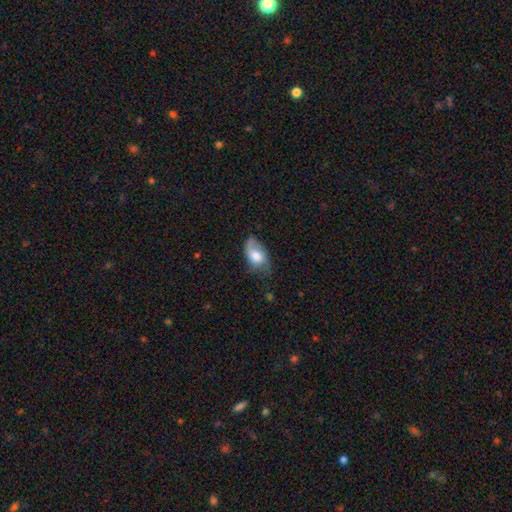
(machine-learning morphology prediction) Overall: smooth (71%). How rounded: in between (92%). Merging: none (47%; minor disturbance 37%).